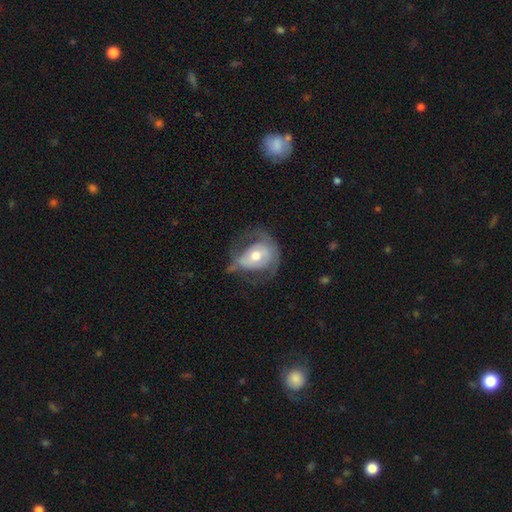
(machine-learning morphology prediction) Smooth or featured?
  - featured or disk: 55% *
  - smooth: 39%
  - star or artifact: 6%
Edge-on disk?
  - no: 94% *
  - yes: 6%
Bar?
  - no: 55% *
  - weak: 28%
  - strong: 17%
Spiral arms?
  - no: 50% * (tied)
  - yes: 50% * (tied)
Bulge size?
  - moderate: 70% *
  - small: 21%
  - large: 7%
  - dominant: 1%
  - none: 1%
Merging?
  - none: 39% *
  - major disturbance: 32%
  - minor disturbance: 27%
  - merger: 2%